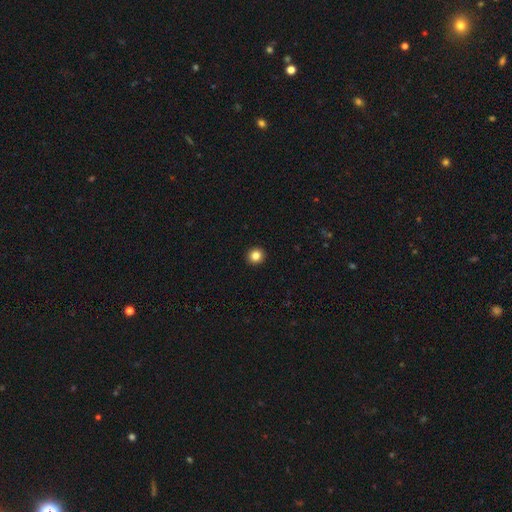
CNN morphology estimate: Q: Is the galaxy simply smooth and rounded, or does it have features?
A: smooth — 84%.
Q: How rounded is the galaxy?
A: round — 93%.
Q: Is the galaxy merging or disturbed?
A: none — 94%.